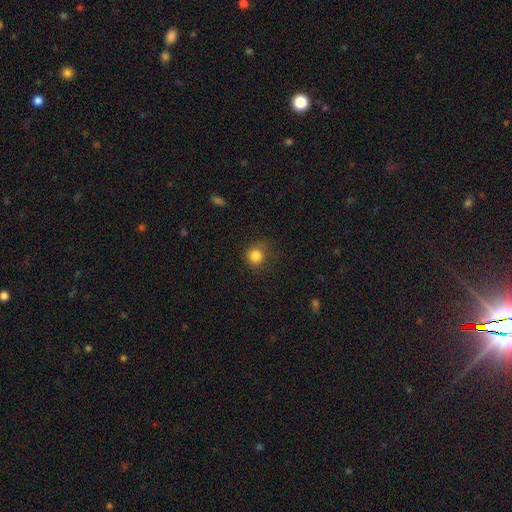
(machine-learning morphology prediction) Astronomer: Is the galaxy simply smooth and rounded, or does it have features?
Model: smooth — 84%.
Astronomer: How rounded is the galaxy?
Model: round — 90%.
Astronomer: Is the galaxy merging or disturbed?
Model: none — 80%.